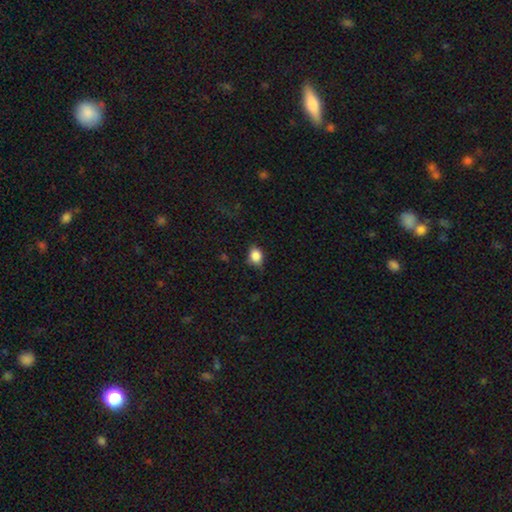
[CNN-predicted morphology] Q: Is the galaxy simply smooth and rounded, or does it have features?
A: smooth — 85%.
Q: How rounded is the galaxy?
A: in between — 58%.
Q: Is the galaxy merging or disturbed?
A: none — 70%.